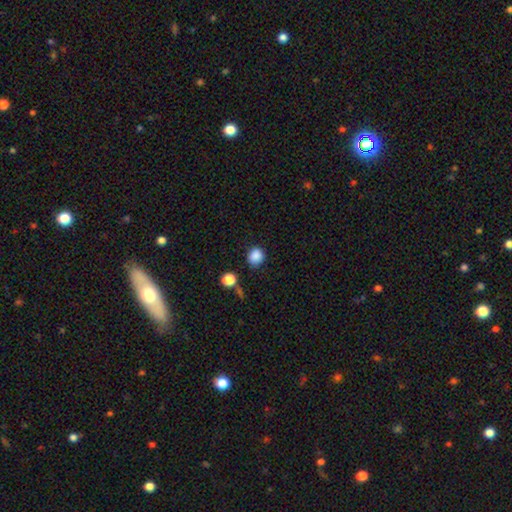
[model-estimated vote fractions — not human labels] A smooth galaxy with no disk features (87%) that is round (76%). Merging: none (81%).